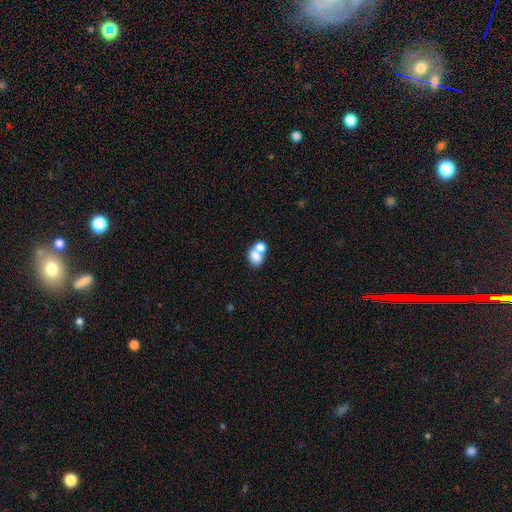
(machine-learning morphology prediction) smooth 75%, featured or disk 15%, star or artifact 10%. Down the decision tree: how rounded — in between (65%); merging — merger (58%).